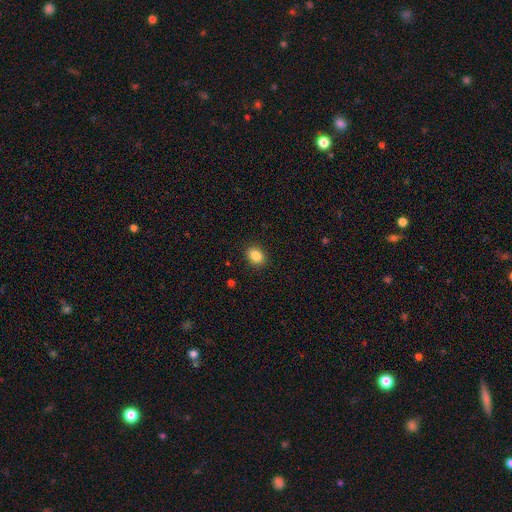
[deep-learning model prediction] Smooth or featured? Predicted: smooth (p=0.85). How rounded? Predicted: in between (p=0.61). Merging? Predicted: none (p=0.90).